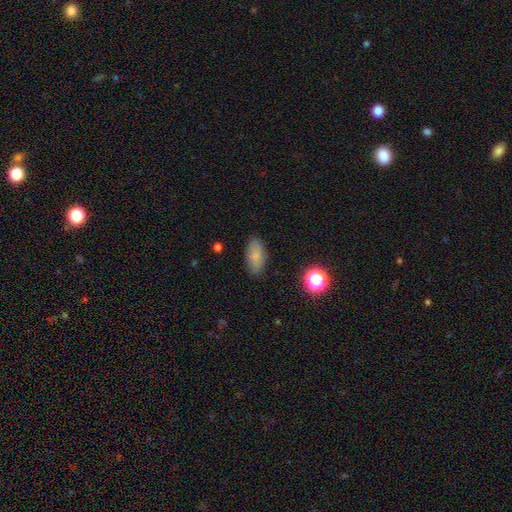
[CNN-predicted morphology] This is clearly a smooth galaxy (80%). How rounded: clearly in between (88%). Merging: clearly none (84%).